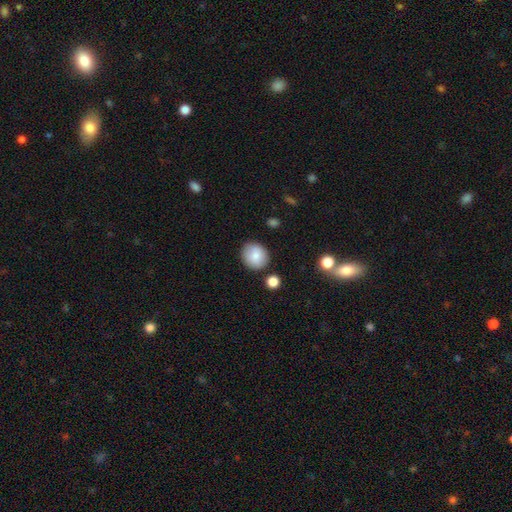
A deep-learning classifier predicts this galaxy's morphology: Smooth or featured? Predicted: smooth (p=0.83). How rounded? Predicted: round (p=0.78). Merging? Predicted: none (p=0.85).